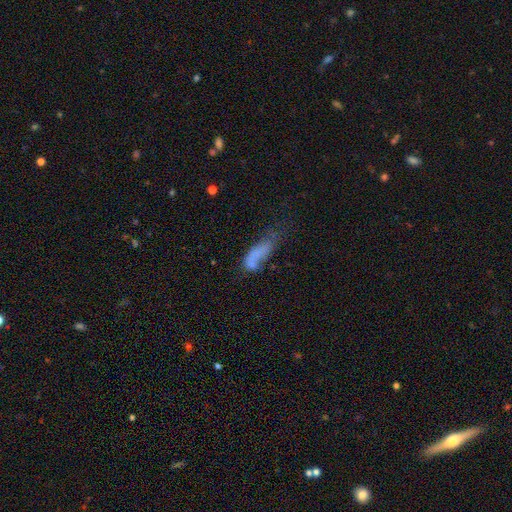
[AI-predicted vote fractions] Smooth or featured? Predicted: smooth (p=0.61). How rounded? Predicted: in between (p=0.63). Merging? Predicted: major disturbance (p=0.32).